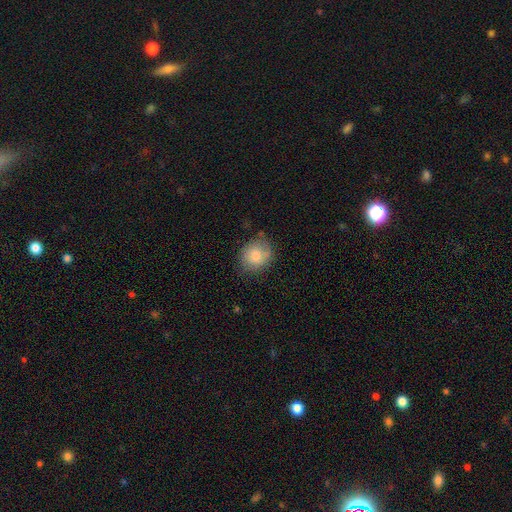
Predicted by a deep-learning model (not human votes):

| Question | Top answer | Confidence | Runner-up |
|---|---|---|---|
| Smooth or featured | smooth | 75% | featured or disk (17%) |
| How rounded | round | 75% | in between (24%) |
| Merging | none | 68% | minor disturbance (23%) |